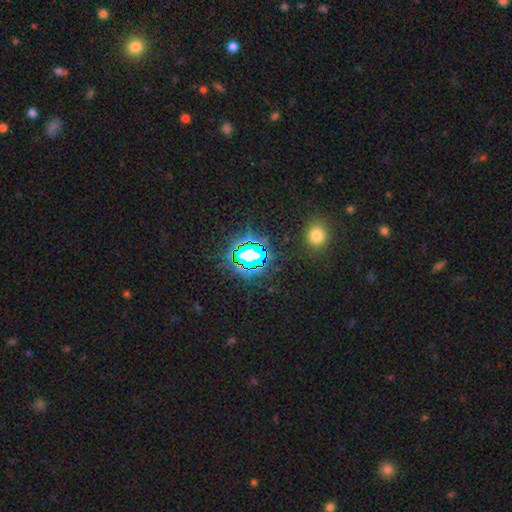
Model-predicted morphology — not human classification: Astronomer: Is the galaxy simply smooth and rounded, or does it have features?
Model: star or artifact — 72%.